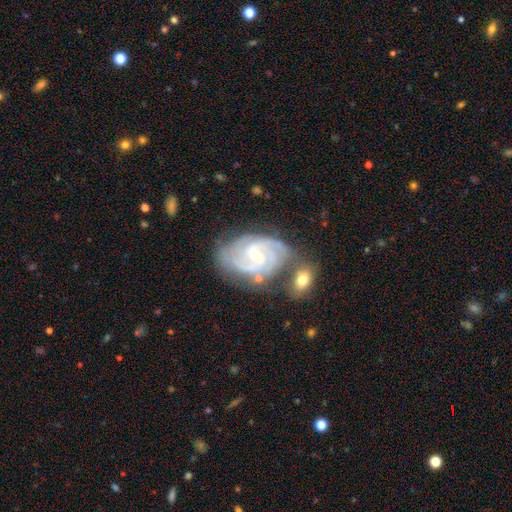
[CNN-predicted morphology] This is clearly a featured or disk galaxy (89%). It is clearly not viewed edge-on (97%). Bar: possibly weak (47%). Spiral arm pattern: clearly yes (98%). Spiral arm count: marginally 2 (36%). Spiral winding: likely tight (60%). Central bulge: likely small (66%). Merging: possibly none (60%).